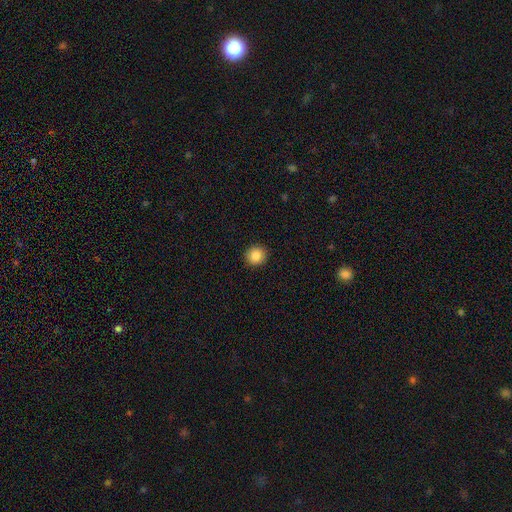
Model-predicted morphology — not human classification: type=smooth (87%); roundness=round (91%); merging=none (92%).